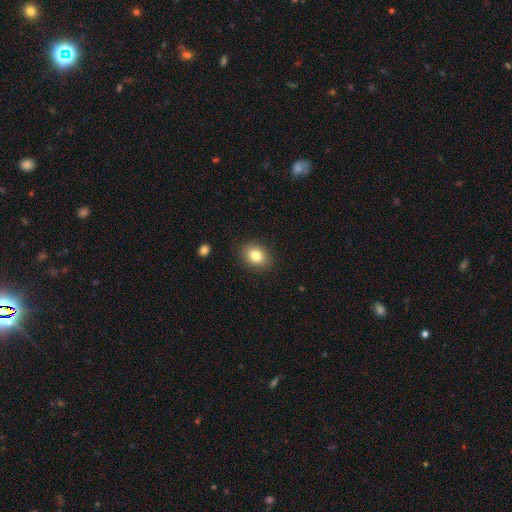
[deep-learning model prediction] Morphology: type=smooth (82%); roundness=in between (55%); merging=none (88%).